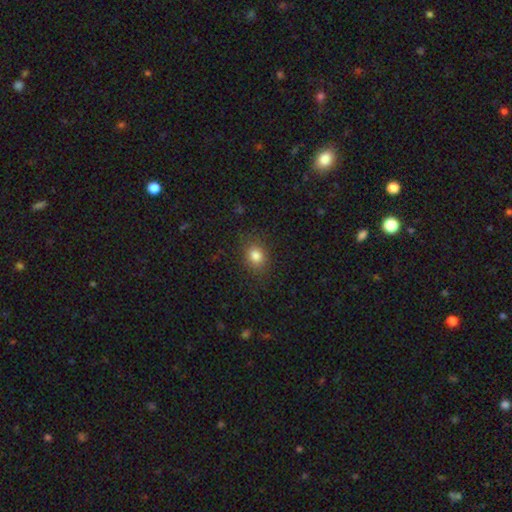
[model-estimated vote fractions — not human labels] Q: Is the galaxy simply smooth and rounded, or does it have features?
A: smooth — 82%.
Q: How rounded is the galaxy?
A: round — 56%.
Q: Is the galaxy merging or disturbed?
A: none — 84%.